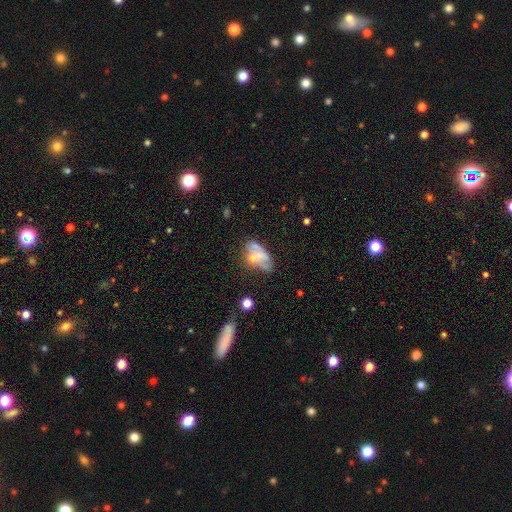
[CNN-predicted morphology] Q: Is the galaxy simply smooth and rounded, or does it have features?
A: smooth — 48%.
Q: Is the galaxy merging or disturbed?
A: none — 31%.